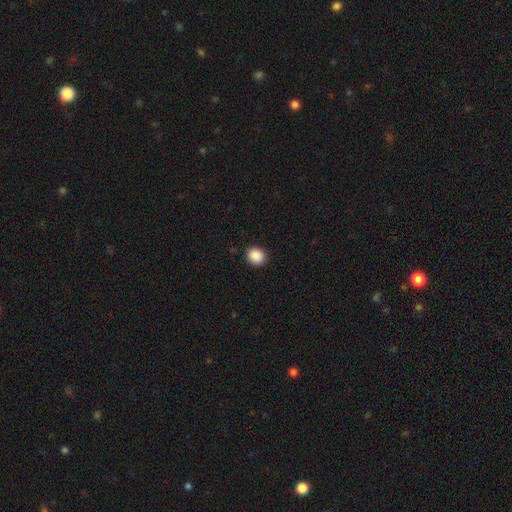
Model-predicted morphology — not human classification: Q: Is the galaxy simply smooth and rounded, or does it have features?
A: smooth — 89%.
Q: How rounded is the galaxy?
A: round — 78%.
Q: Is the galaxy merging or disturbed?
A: none — 91%.